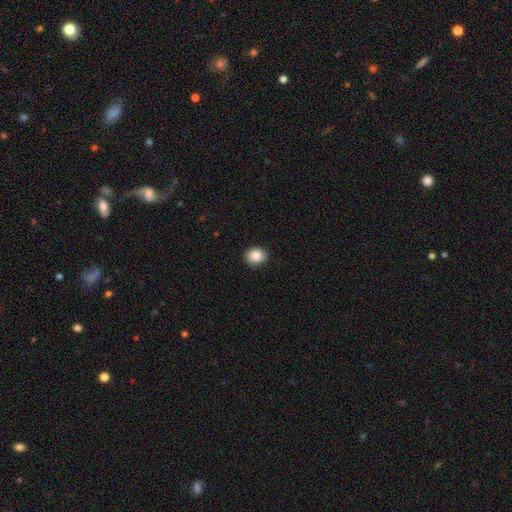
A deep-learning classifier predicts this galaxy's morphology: This is clearly a smooth galaxy (87%). How rounded: likely round (72%). Merging: clearly none (91%).